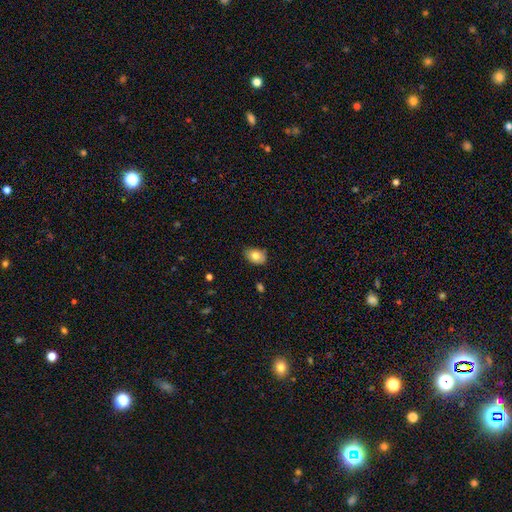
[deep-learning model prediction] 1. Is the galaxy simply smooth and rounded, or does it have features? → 78% smooth, 14% featured or disk, 8% star or artifact.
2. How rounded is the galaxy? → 78% in between, 21% round, 1% cigar-shaped.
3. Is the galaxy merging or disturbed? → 75% none, 21% minor disturbance, 3% major disturbance, 1% merger.